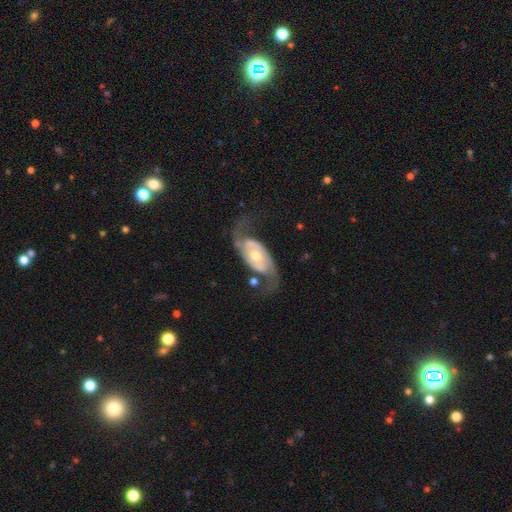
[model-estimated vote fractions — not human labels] Smooth or featured? featured or disk (87%)
Edge-on disk? no (95%)
Bar? no (57%)
Spiral arms? yes (94%)
Spiral winding? loose (48%)
Spiral arm count? 2 (91%)
Bulge size? moderate (63%)
Merging? none (60%)